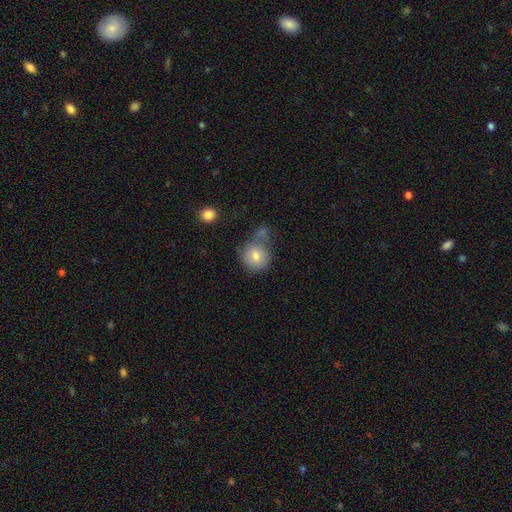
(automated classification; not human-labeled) Q: Smooth or featured?
A: smooth (78%); runner-up: featured or disk (13%)
Q: How rounded?
A: round (86%); runner-up: in between (13%)
Q: Merging?
A: none (49%); runner-up: merger (28%)